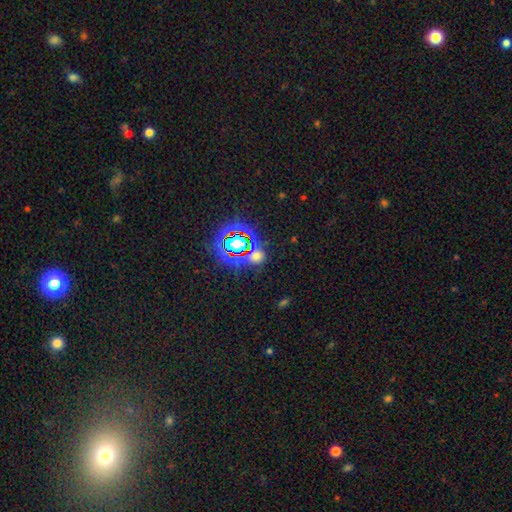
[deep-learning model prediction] A star or artifact, not a galaxy (51%).

Vote fractions:
- Smooth or featured? star or artifact: 51% / smooth: 40% / featured or disk: 9%